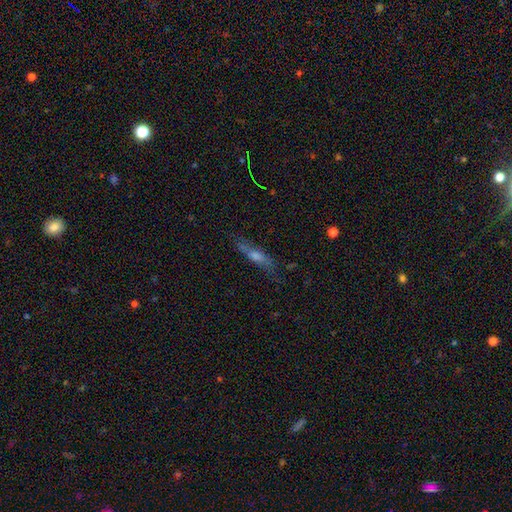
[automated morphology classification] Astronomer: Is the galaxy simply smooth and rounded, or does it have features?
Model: featured or disk — 49% (runner-up: smooth, 36%).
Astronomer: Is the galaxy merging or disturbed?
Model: none — 69%.